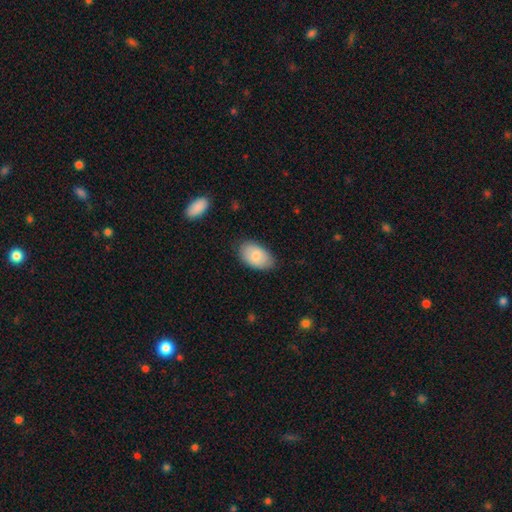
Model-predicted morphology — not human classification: Smooth or featured: smooth — 80% (featured or disk — 14%)
How rounded: in between — 93% (round — 5%)
Merging: none — 80% (minor disturbance — 16%)